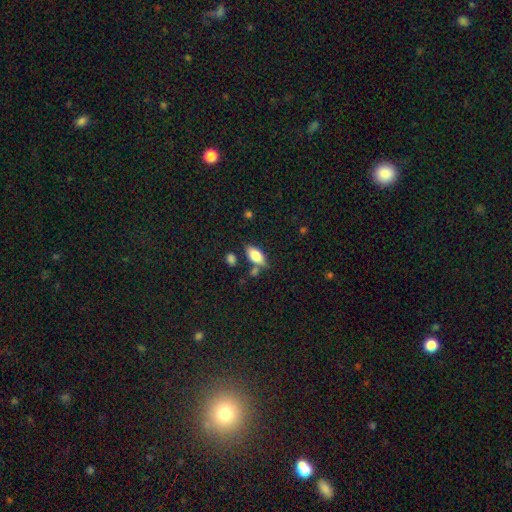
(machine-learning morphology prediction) smooth 78%, featured or disk 15%, star or artifact 7%. Down the decision tree: how rounded — in between (87%); merging — none (69%).